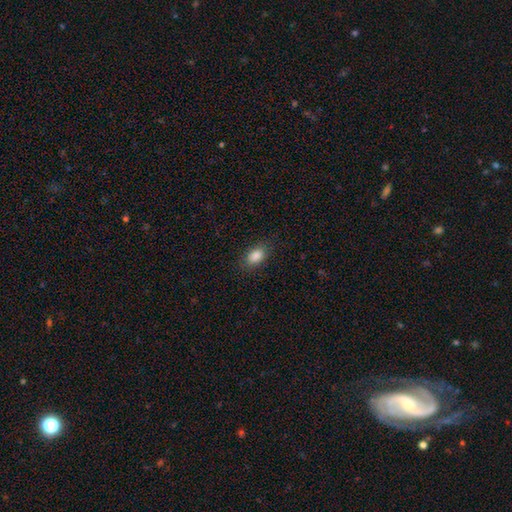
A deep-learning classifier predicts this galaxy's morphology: Smooth or featured?
  - smooth: 87% *
  - star or artifact: 8%
  - featured or disk: 5%
How rounded?
  - in between: 89% *
  - round: 9%
  - cigar-shaped: 2%
Merging?
  - none: 85% *
  - minor disturbance: 11%
  - major disturbance: 3%
  - merger: 1%